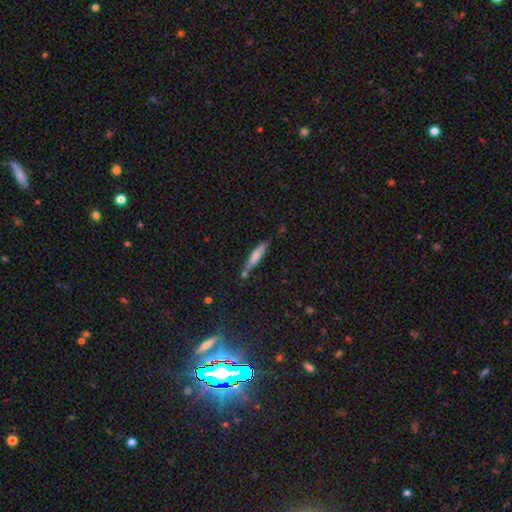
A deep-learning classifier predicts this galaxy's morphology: Q: Smooth or featured?
A: smooth (73%); runner-up: featured or disk (20%)
Q: How rounded?
A: cigar-shaped (85%); runner-up: in between (13%)
Q: Merging?
A: none (71%); runner-up: minor disturbance (17%)